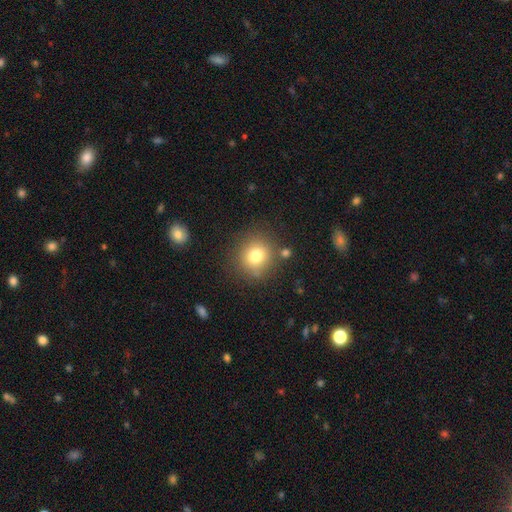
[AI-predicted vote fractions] Smooth or featured?
  - smooth: 77% *
  - star or artifact: 12%
  - featured or disk: 11%
How rounded?
  - round: 88% *
  - in between: 11%
  - cigar-shaped: 1%
Merging?
  - none: 79% *
  - minor disturbance: 11%
  - merger: 5%
  - major disturbance: 4%